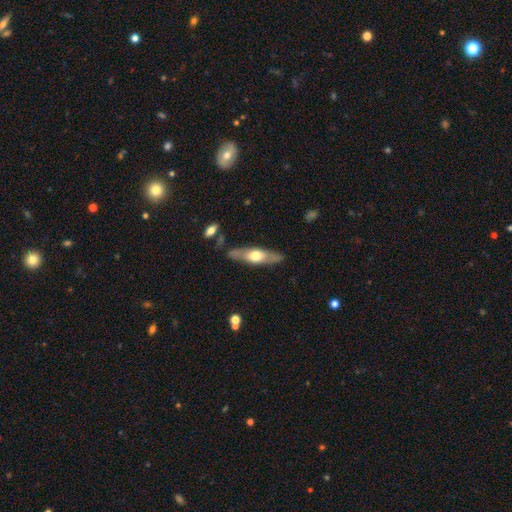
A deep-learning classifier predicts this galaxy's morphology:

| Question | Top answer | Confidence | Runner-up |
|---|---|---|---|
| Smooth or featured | featured or disk | 54% | smooth (41%) |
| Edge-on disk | yes | 74% | no (26%) |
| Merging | none | 83% | minor disturbance (12%) |